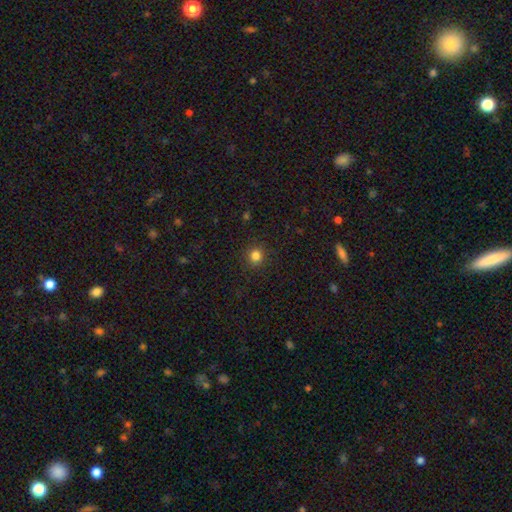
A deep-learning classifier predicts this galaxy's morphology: Smooth or featured? Predicted: smooth (p=0.83). How rounded? Predicted: round (p=0.92). Merging? Predicted: none (p=0.91).